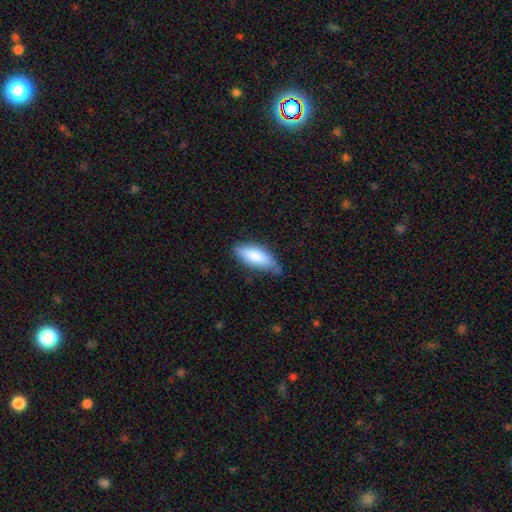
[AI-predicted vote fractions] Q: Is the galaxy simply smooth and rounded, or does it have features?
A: smooth — 83%.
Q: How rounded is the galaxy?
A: in between — 75%.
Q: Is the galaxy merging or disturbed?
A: none — 64%.